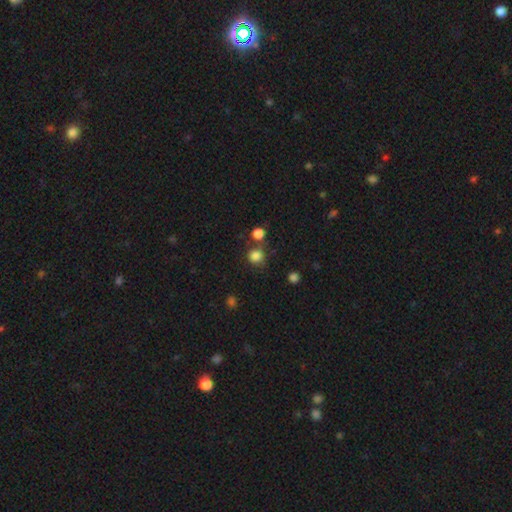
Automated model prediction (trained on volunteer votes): smooth-or-featured: smooth: 83% | star or artifact: 13% | featured or disk: 4%
  how-rounded: round: 88% | in between: 11% | cigar-shaped: 1%
  merging: none: 70% | merger: 15% | minor disturbance: 11% | major disturbance: 5%